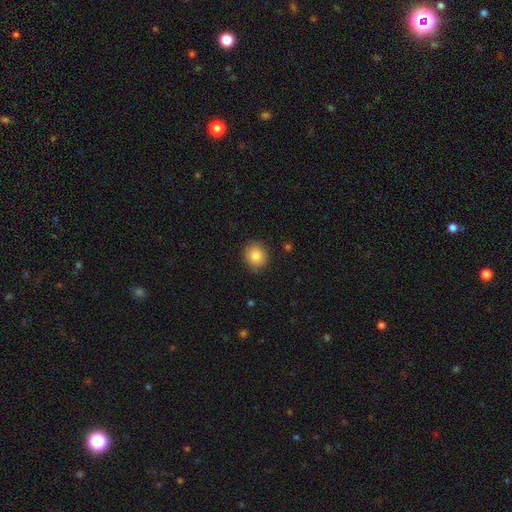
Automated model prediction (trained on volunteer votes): The model was most divided on "how rounded": round: 83%, in between: 16%, cigar-shaped: 1%. More confident: merging — none (87%); smooth or featured — smooth (84%).